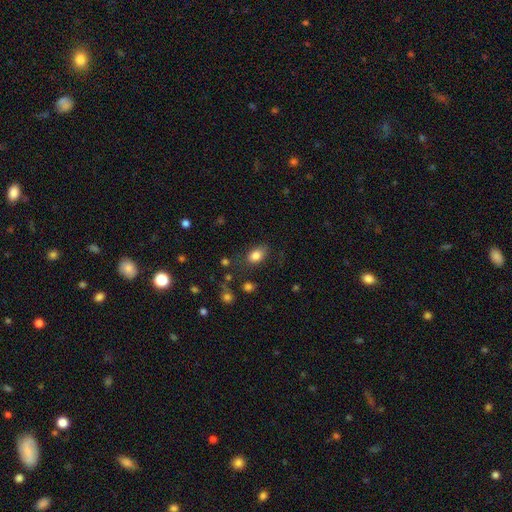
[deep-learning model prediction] Smooth or featured: smooth — 83% (star or artifact — 9%)
How rounded: in between — 81% (round — 18%)
Merging: none — 72% (minor disturbance — 19%)